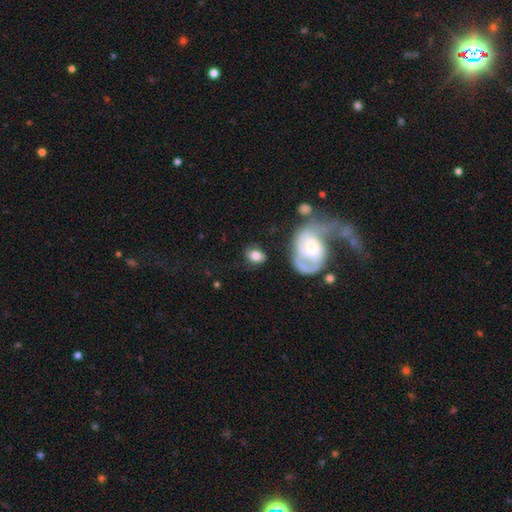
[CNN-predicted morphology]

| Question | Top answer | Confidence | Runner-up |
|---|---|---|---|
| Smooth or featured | smooth | 67% | featured or disk (25%) |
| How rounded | in between | 67% | round (31%) |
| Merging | none | 70% | minor disturbance (17%) |